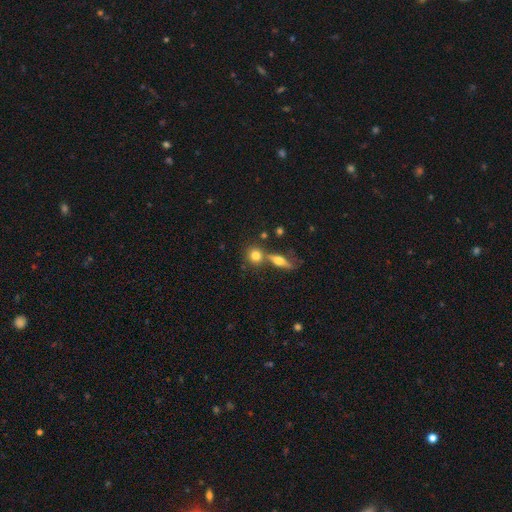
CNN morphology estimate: A smooth galaxy with no disk features (75%) that is round (76%). Merging: none (56%).